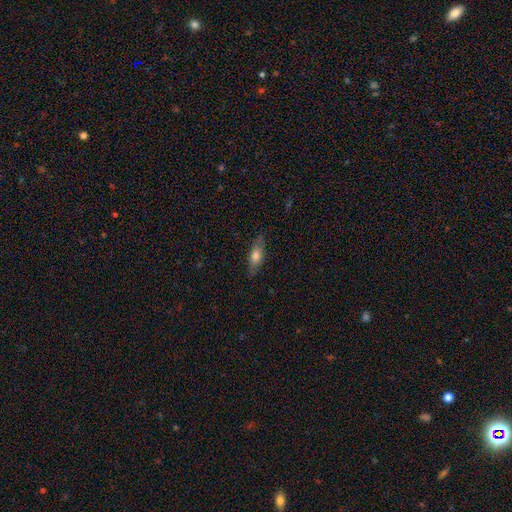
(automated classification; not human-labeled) This appears to be a smooth galaxy with no disk features (67%) that is in between round and cigar-shaped (60%). Merging: none (81%).